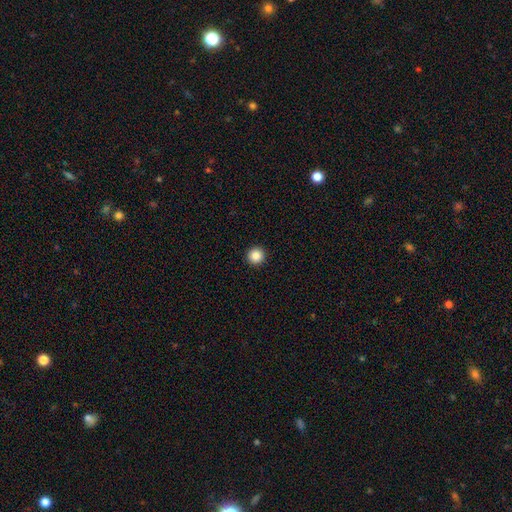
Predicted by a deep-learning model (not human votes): A smooth galaxy with no disk features (86%) that is round (96%).

Vote fractions:
- Smooth or featured? smooth: 86% / star or artifact: 10% / featured or disk: 4%
- How rounded? round: 96% / in between: 3% / cigar-shaped: 1%
- Merging? none: 94% / minor disturbance: 4% / major disturbance: 1% / merger: 1%